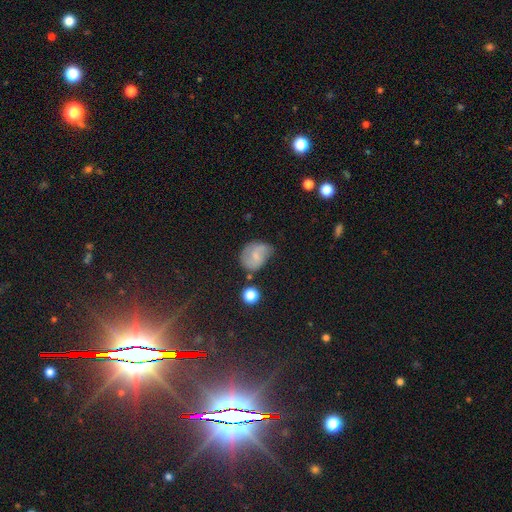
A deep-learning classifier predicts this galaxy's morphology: smooth_or_featured: smooth (p=0.54) [alt: featured or disk p=0.36]
how_rounded: in between (p=0.53) [alt: round p=0.46]
merging: none (p=0.45) [alt: minor disturbance p=0.35]